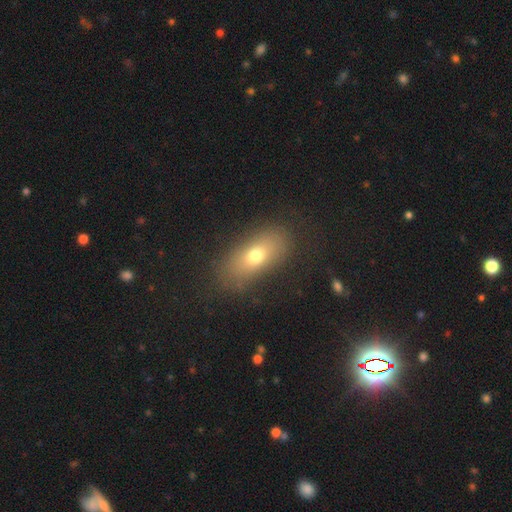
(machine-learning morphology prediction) type=smooth (69%); roundness=in between (81%); merging=none (78%).